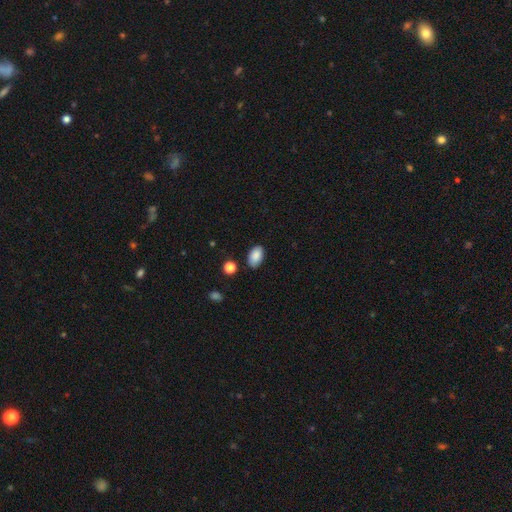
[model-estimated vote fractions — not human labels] Overall: smooth (88%). How rounded: in between (93%). Merging: none (84%).